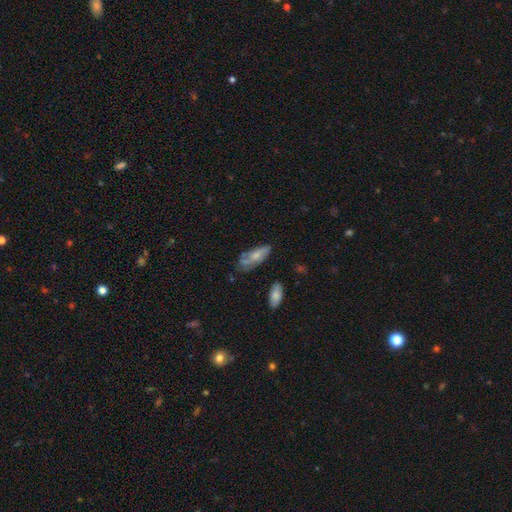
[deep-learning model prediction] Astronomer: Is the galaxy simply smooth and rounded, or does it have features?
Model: smooth — 59%.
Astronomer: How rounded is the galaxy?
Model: in between — 77%.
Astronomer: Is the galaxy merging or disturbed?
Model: none — 51% (runner-up: minor disturbance, 30%).